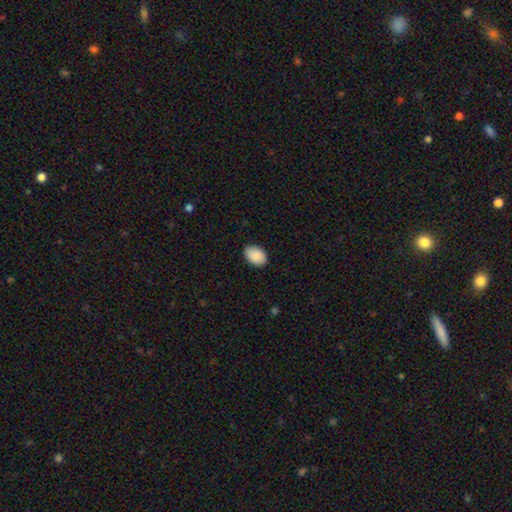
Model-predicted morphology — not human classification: Q: Smooth or featured?
A: smooth (90%); runner-up: star or artifact (6%)
Q: How rounded?
A: in between (86%); runner-up: round (13%)
Q: Merging?
A: none (88%); runner-up: minor disturbance (9%)